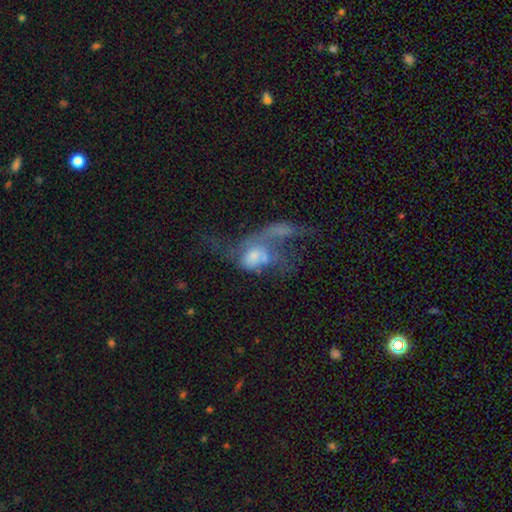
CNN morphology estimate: The model was most divided on "smooth or featured": featured or disk: 50%, smooth: 39%, star or artifact: 10%. Remaining: edge-on disk — no (95%); merging — major disturbance (49%).